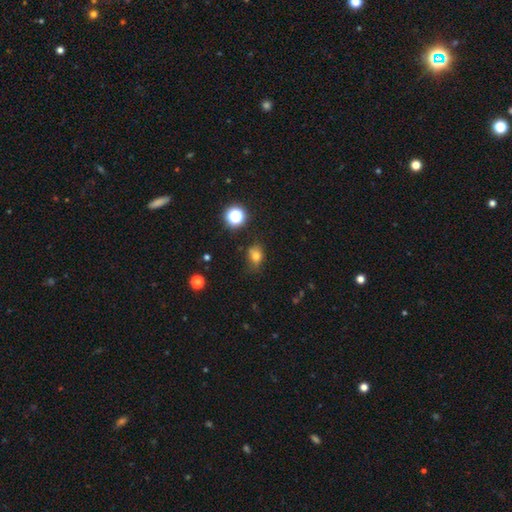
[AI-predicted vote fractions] smooth-or-featured: smooth: 74% | star or artifact: 16% | featured or disk: 10%
  how-rounded: in between: 60% | round: 38% | cigar-shaped: 2%
  merging: none: 64% | minor disturbance: 26% | major disturbance: 7% | merger: 3%